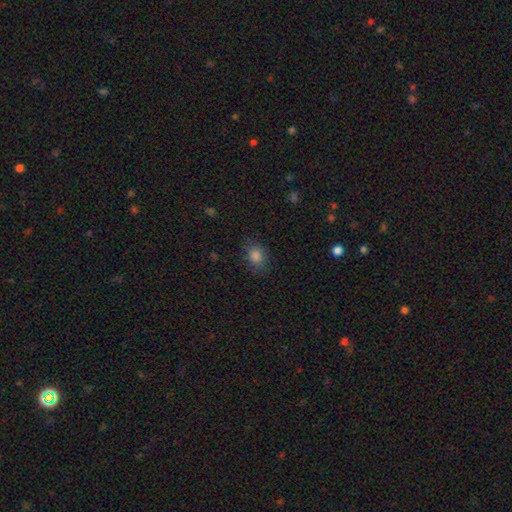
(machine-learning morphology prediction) Overall: smooth (83%). How rounded: in between (58%; round 41%). Merging: none (80%).